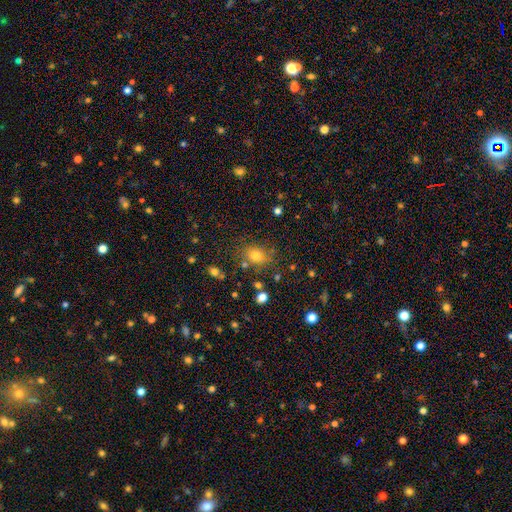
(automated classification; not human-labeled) smooth-or-featured: smooth: 73% | star or artifact: 18% | featured or disk: 9%
  how-rounded: in between: 54% | round: 45% | cigar-shaped: 1%
  merging: none: 74% | minor disturbance: 15% | major disturbance: 6% | merger: 5%